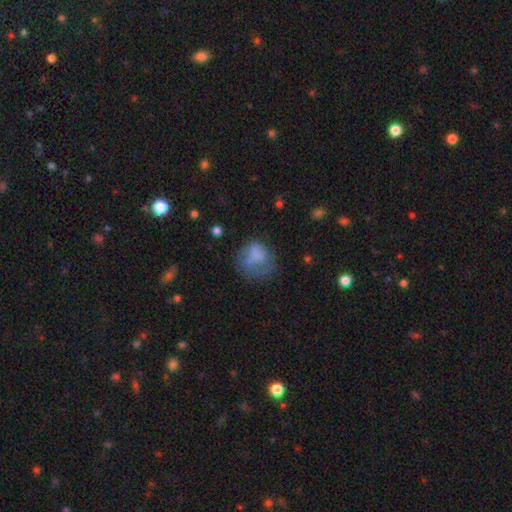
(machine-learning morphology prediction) Q: Smooth or featured?
A: smooth (63%); runner-up: featured or disk (27%)
Q: How rounded?
A: round (68%); runner-up: in between (31%)
Q: Merging?
A: none (38%); runner-up: major disturbance (33%)